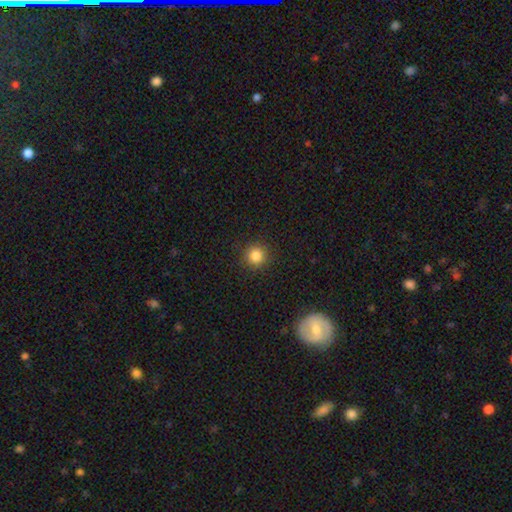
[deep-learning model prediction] Smooth or featured: smooth — 84% (star or artifact — 12%)
How rounded: round — 93% (in between — 6%)
Merging: none — 91% (minor disturbance — 6%)